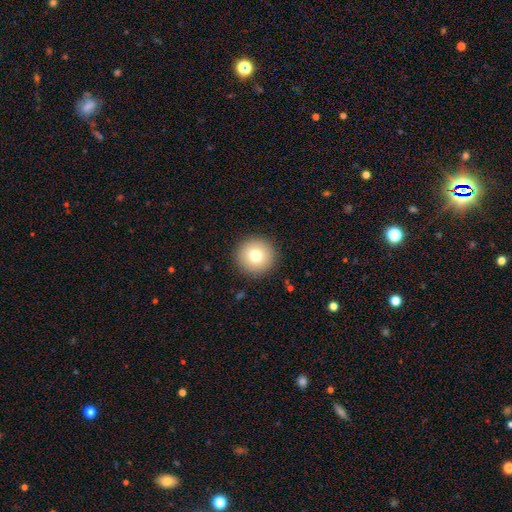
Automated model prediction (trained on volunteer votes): Overall: smooth (76%). How rounded: round (96%). Merging: none (92%).